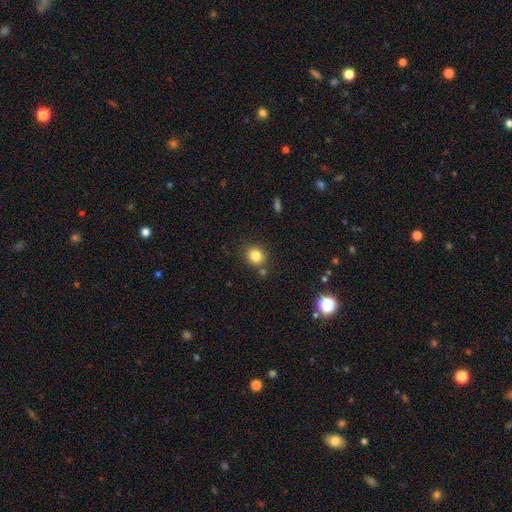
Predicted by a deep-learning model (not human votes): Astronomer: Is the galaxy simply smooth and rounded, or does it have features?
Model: smooth — 82%.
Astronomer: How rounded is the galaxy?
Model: round — 79%.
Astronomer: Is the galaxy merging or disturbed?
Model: none — 82%.